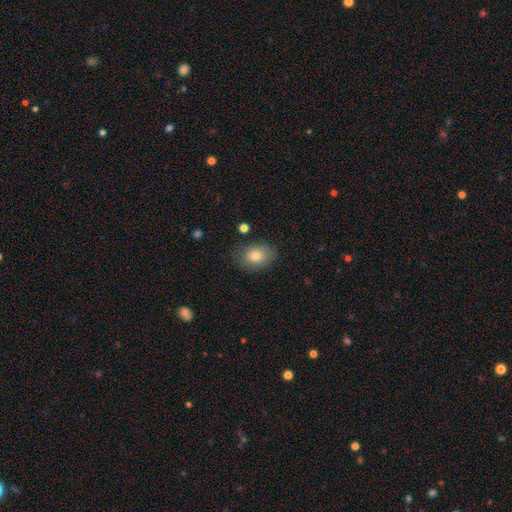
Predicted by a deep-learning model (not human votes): This is likely a smooth galaxy (80%). How rounded: likely in between (74%). Merging: likely none (79%).